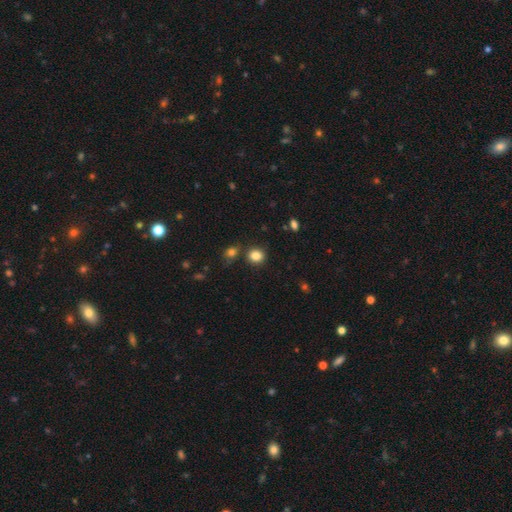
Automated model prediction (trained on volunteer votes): Overall: smooth (84%). How rounded: round (77%). Merging: none (80%).